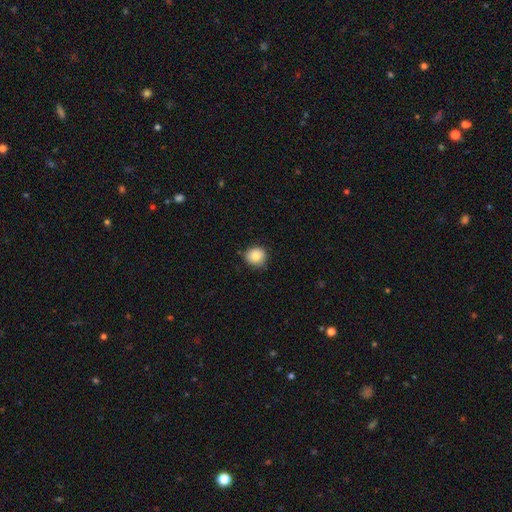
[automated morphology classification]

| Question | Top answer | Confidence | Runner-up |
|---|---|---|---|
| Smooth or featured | smooth | 85% | star or artifact (9%) |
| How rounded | round | 87% | in between (12%) |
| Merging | none | 82% | minor disturbance (14%) |